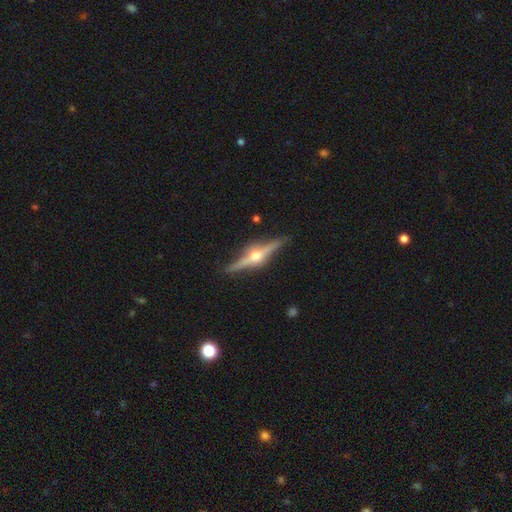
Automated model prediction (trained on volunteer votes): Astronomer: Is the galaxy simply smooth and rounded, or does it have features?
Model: featured or disk — 86%.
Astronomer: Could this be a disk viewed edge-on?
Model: yes — 98%.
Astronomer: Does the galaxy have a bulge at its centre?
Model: rounded — 96%.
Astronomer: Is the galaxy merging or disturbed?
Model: none — 88%.